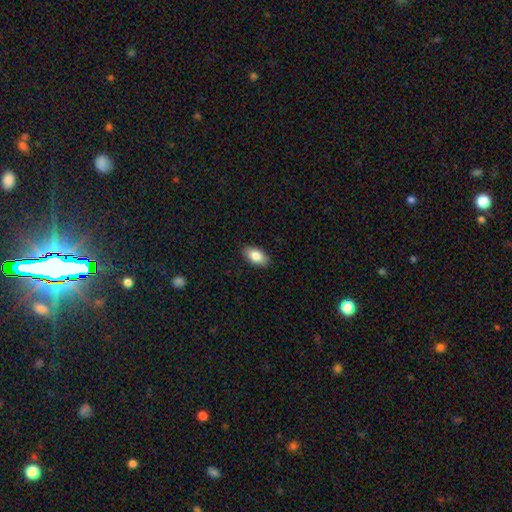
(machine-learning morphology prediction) Q: Smooth or featured?
A: smooth (83%); runner-up: featured or disk (10%)
Q: How rounded?
A: in between (93%); runner-up: round (4%)
Q: Merging?
A: none (89%); runner-up: minor disturbance (8%)